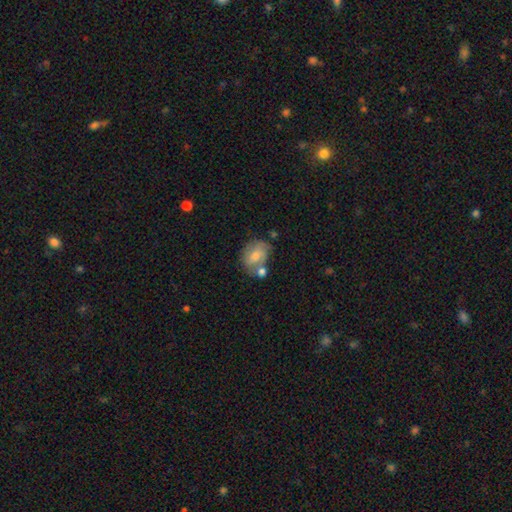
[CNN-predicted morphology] Smooth or featured?
  - smooth: 63% *
  - featured or disk: 29%
  - star or artifact: 8%
How rounded?
  - in between: 52% *
  - round: 46%
  - cigar-shaped: 1%
Merging?
  - none: 44% *
  - merger: 26%
  - minor disturbance: 22%
  - major disturbance: 9%